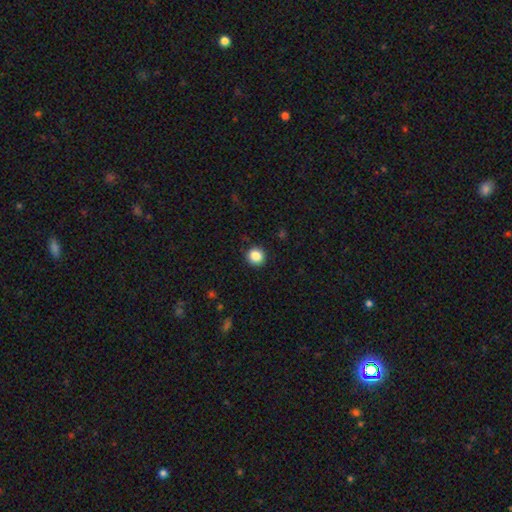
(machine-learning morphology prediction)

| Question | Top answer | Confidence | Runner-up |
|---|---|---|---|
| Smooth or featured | smooth | 87% | star or artifact (10%) |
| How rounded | round | 93% | in between (7%) |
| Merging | none | 92% | minor disturbance (6%) |